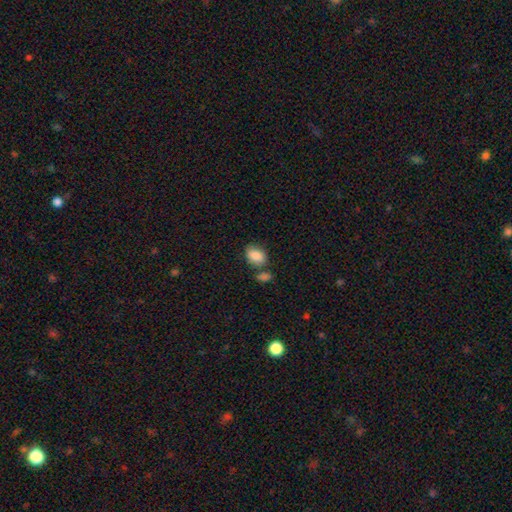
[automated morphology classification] type=smooth (86%); roundness=in between (77%); merging=none (58%).